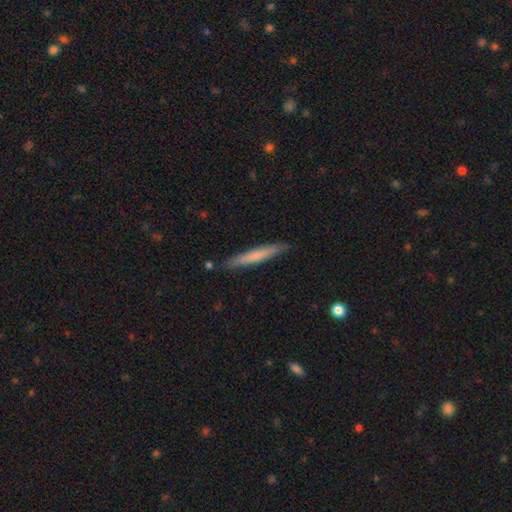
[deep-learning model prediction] Smooth or featured? Predicted: smooth (p=0.64). How rounded? Predicted: cigar-shaped (p=0.95). Merging? Predicted: none (p=0.86).